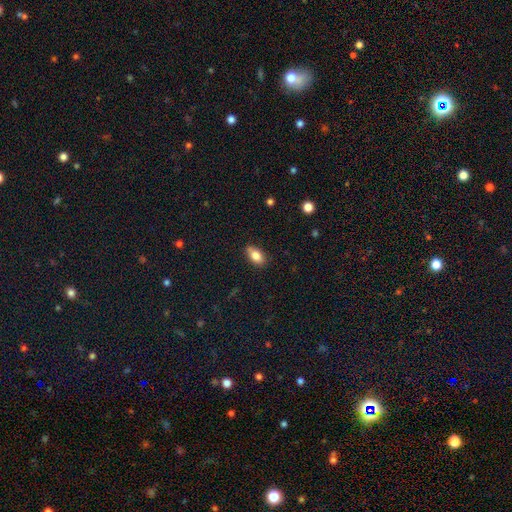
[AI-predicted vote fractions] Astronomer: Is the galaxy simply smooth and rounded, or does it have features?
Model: smooth — 83%.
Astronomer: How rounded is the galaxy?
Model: in between — 89%.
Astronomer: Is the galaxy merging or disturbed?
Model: none — 78%.